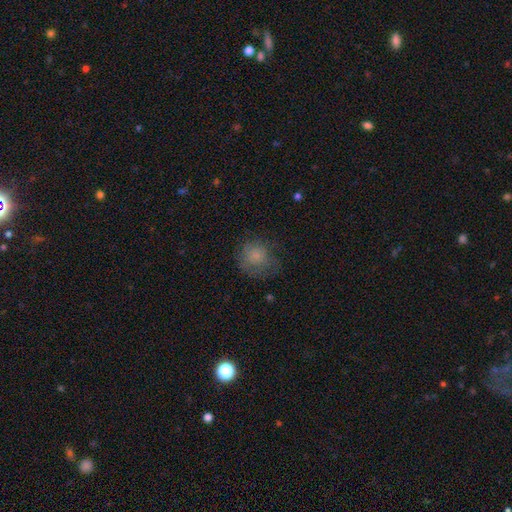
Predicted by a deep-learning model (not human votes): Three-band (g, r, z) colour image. It shows a smooth galaxy with no disk features (75%) that is round (83%). Merging: none (60%).